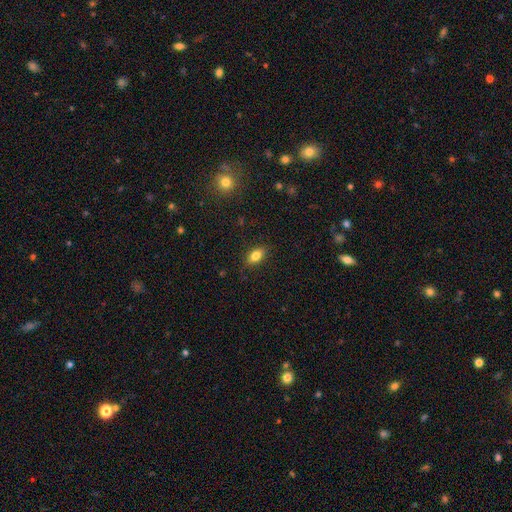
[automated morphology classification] Q: Smooth or featured?
A: smooth (80%); runner-up: featured or disk (11%)
Q: How rounded?
A: in between (86%); runner-up: round (7%)
Q: Merging?
A: none (84%); runner-up: minor disturbance (12%)